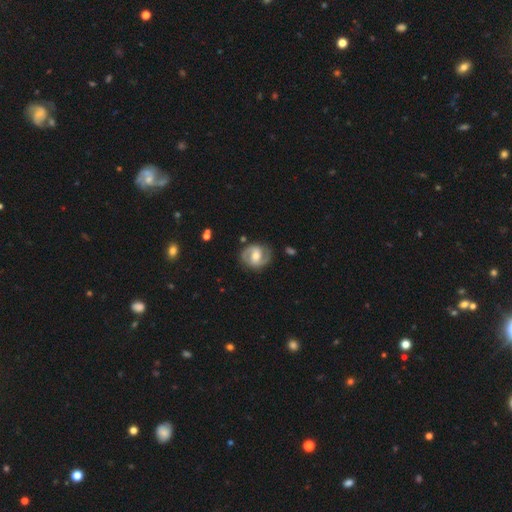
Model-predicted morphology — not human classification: Smooth or featured: featured or disk — 80% (smooth — 14%)
Edge-on disk: no — 98% (yes — 2%)
Bar: weak — 47% (no — 29%)
Spiral arms: yes — 92% (no — 8%)
Spiral winding: medium — 51% (tight — 32%)
Spiral arm count: 2 — 90% (can't tell — 5%)
Bulge size: moderate — 66% (small — 25%)
Merging: none — 82% (minor disturbance — 12%)